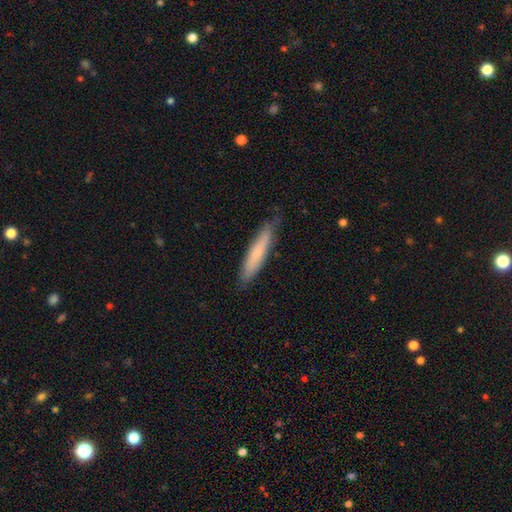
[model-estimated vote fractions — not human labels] Smooth or featured? Predicted: smooth (p=0.71). How rounded? Predicted: cigar-shaped (p=0.87). Merging? Predicted: none (p=0.75).